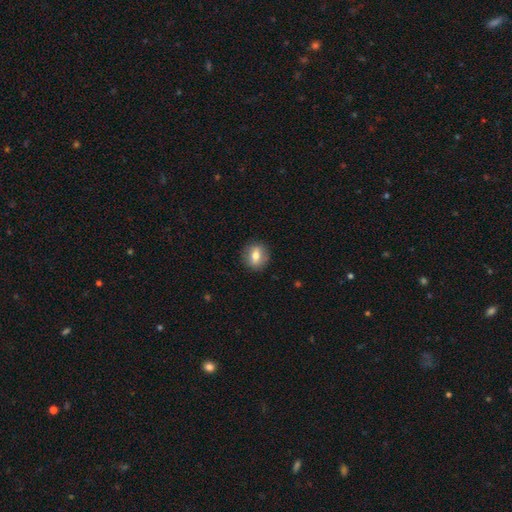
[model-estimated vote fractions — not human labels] A smooth galaxy with no disk features (69%) that is round (76%). Merging: none (88%).